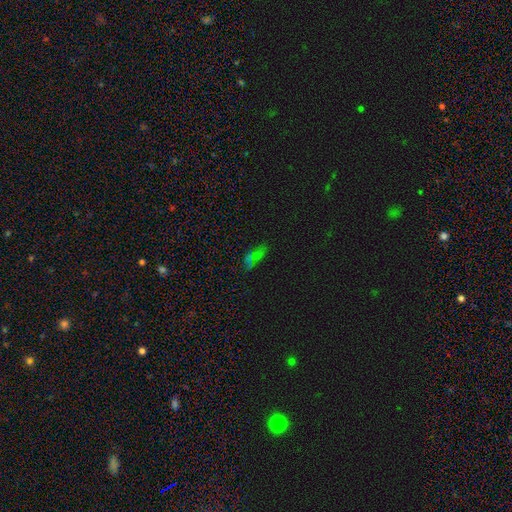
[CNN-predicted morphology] The model was most divided on "smooth or featured": smooth: 42%, star or artifact: 38%, featured or disk: 20%. More confident: merging — none (52%).